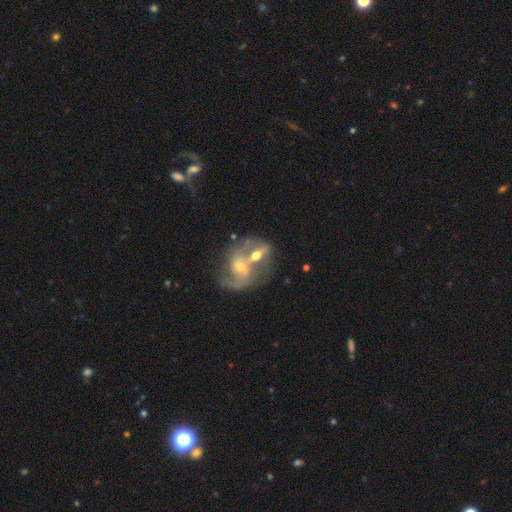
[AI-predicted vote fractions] Morphology: type=featured or disk (69%); edge-on=no (95%); bar=no (49%); spiral arms=yes (62%); bulge=moderate (56%); merging=merger (71%).